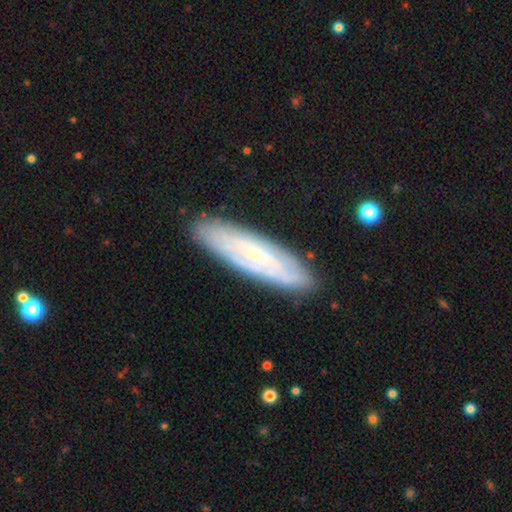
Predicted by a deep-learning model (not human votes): Q: Smooth or featured?
A: featured or disk (65%); runner-up: smooth (27%)
Q: Edge-on disk?
A: no (67%); runner-up: yes (33%)
Q: Merging?
A: none (84%); runner-up: minor disturbance (12%)